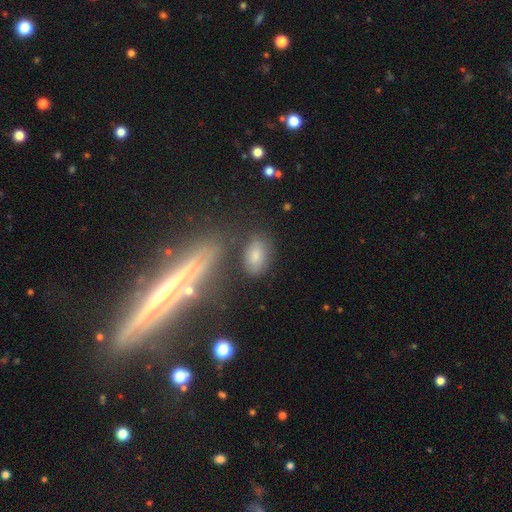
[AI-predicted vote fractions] A smooth galaxy with no disk features (77%) that is in between round and cigar-shaped (88%).

Vote fractions:
- Smooth or featured? smooth: 77% / featured or disk: 12% / star or artifact: 11%
- How rounded? in between: 88% / round: 10% / cigar-shaped: 2%
- Merging? none: 71% / minor disturbance: 15% / merger: 8% / major disturbance: 6%